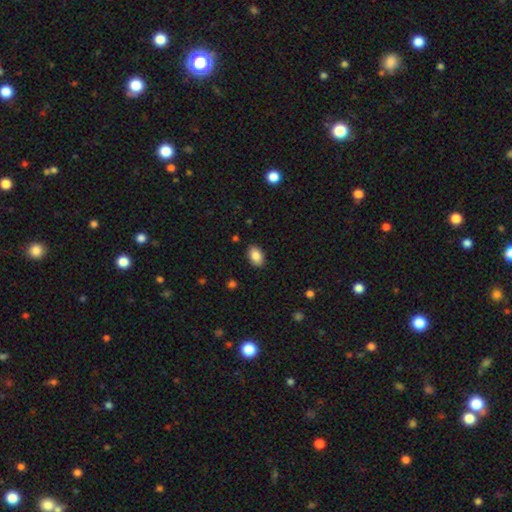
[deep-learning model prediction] Smooth or featured? Predicted: smooth (p=0.87). How rounded? Predicted: in between (p=0.90). Merging? Predicted: none (p=0.88).